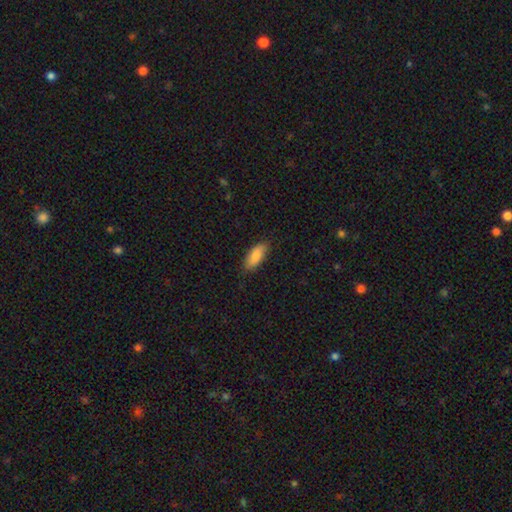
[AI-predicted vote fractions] This appears to be a smooth galaxy with no disk features (86%) that is in between round and cigar-shaped (78%). Merging: none (83%).